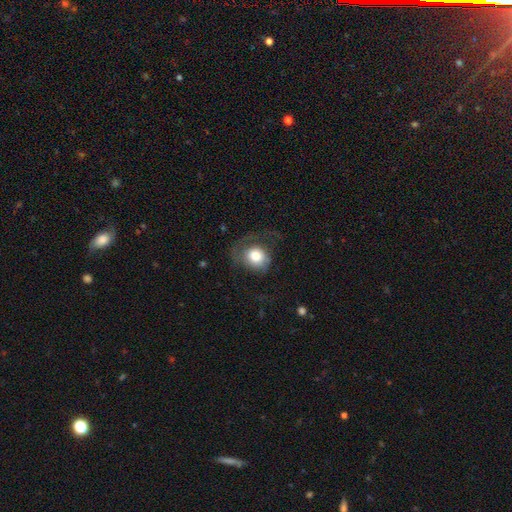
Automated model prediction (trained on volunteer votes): Smooth or featured?
  - smooth: 63% *
  - featured or disk: 29%
  - star or artifact: 8%
How rounded?
  - round: 76% *
  - in between: 23%
  - cigar-shaped: 1%
Merging?
  - major disturbance: 40% *
  - none: 37%
  - minor disturbance: 21%
  - merger: 2%